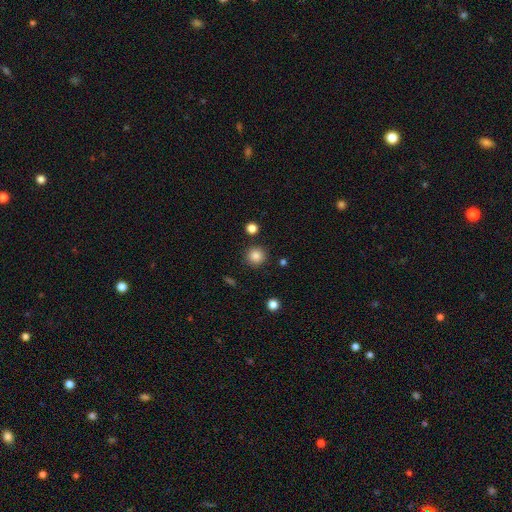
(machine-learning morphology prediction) smooth-or-featured: smooth: 85% | star or artifact: 11% | featured or disk: 4%
  how-rounded: round: 94% | in between: 5% | cigar-shaped: 1%
  merging: none: 89% | minor disturbance: 6% | merger: 3% | major disturbance: 2%